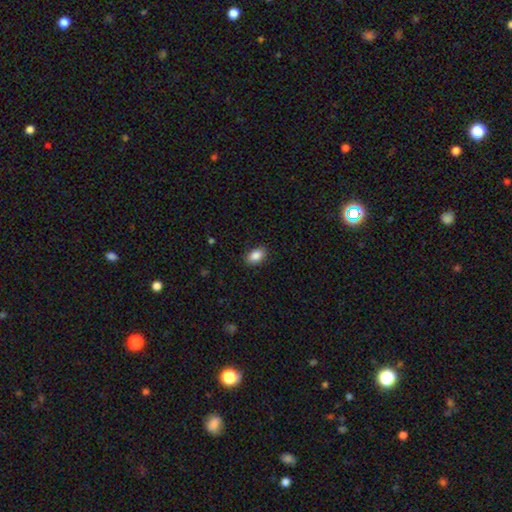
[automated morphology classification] smooth_or_featured: smooth (p=0.88) [alt: star or artifact p=0.08]
how_rounded: in between (p=0.89) [alt: round p=0.10]
merging: none (p=0.88) [alt: minor disturbance p=0.09]